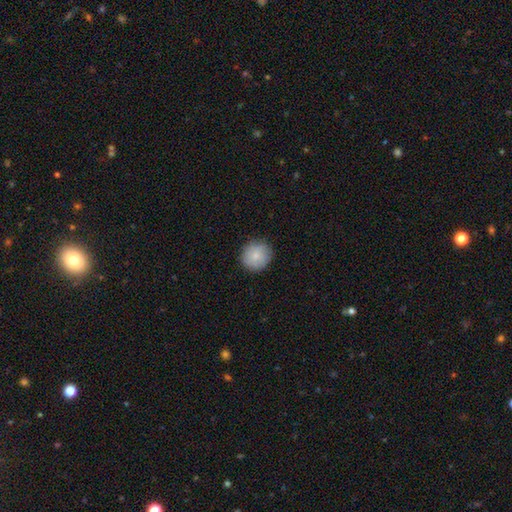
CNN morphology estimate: smooth_or_featured: smooth (p=0.84) [alt: featured or disk p=0.09]
how_rounded: round (p=0.90) [alt: in between p=0.09]
merging: none (p=0.87) [alt: minor disturbance p=0.10]